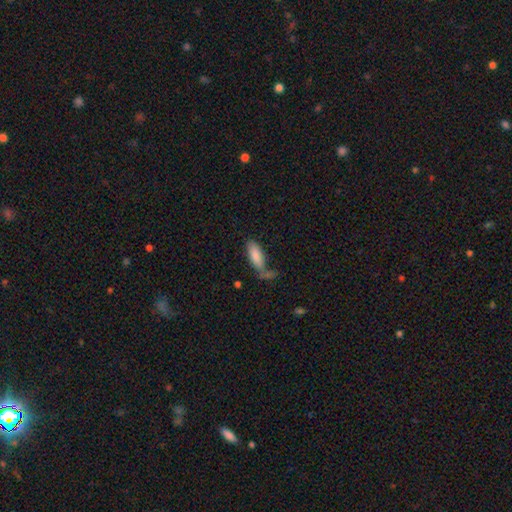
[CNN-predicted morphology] type=smooth (84%); roundness=in between (74%); merging=none (47%).